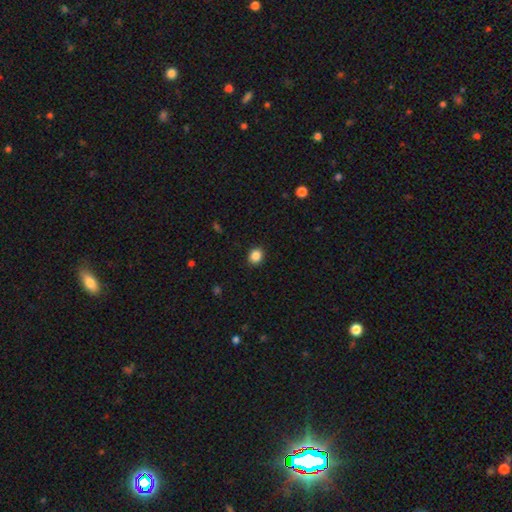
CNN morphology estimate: A smooth galaxy with no disk features (86%) that is round (69%).

Vote fractions:
- Smooth or featured? smooth: 86% / star or artifact: 10% / featured or disk: 3%
- How rounded? round: 69% / in between: 30% / cigar-shaped: 1%
- Merging? none: 91% / minor disturbance: 6% / major disturbance: 2% / merger: 1%